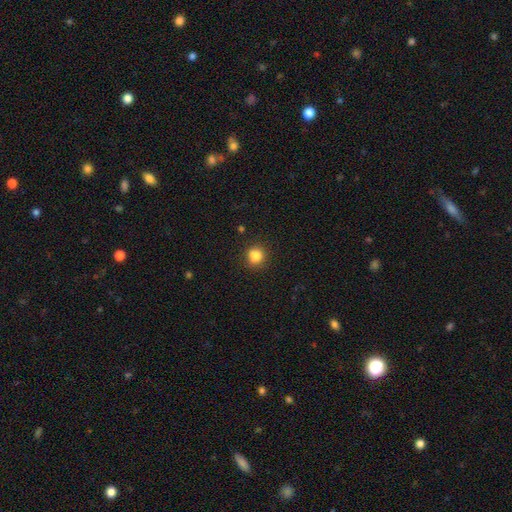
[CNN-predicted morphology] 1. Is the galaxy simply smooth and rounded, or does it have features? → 83% smooth, 11% star or artifact, 6% featured or disk.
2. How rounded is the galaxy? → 82% round, 17% in between, 1% cigar-shaped.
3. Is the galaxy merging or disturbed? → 79% none, 13% minor disturbance, 5% merger, 3% major disturbance.